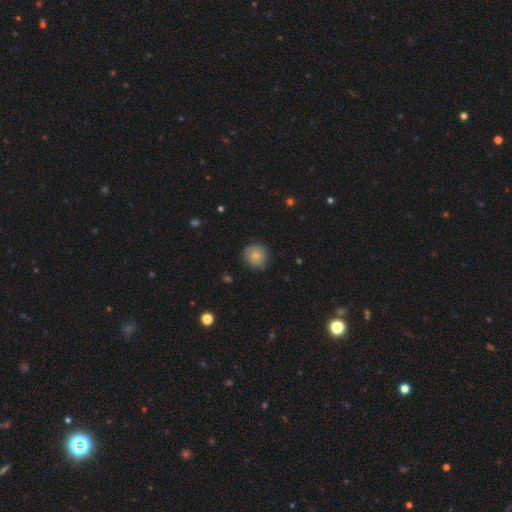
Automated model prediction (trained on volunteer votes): Smooth or featured? smooth (80%)
How rounded? round (87%)
Merging? none (79%)